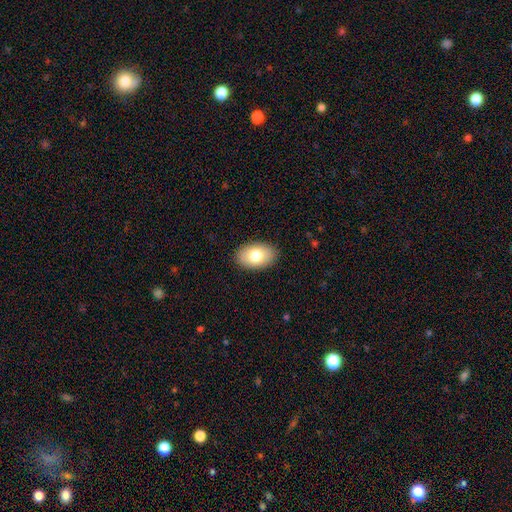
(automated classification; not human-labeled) Smooth or featured? Predicted: smooth (p=0.79). How rounded? Predicted: in between (p=0.91). Merging? Predicted: none (p=0.88).